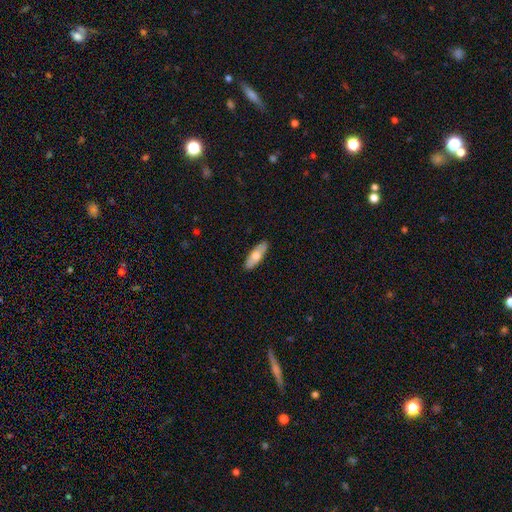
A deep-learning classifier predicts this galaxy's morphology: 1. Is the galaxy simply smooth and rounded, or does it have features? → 66% smooth, 28% featured or disk, 5% star or artifact.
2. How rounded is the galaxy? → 56% in between, 42% cigar-shaped, 2% round.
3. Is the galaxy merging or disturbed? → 89% none, 8% minor disturbance, 2% major disturbance, 1% merger.